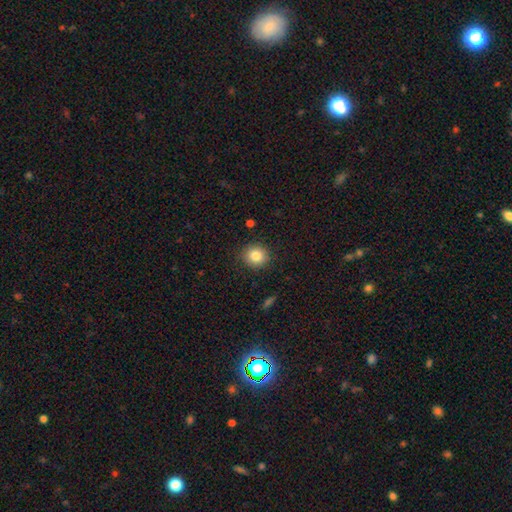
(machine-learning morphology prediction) The model was most divided on "how rounded": round: 86%, in between: 13%, cigar-shaped: 1%. More confident: merging — none (89%); smooth or featured — smooth (83%).